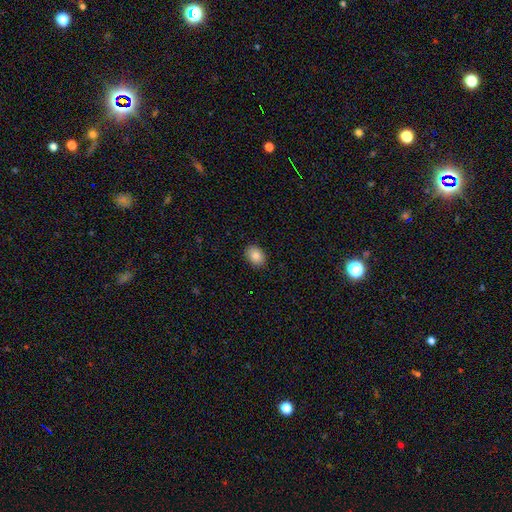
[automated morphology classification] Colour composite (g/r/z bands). It shows a smooth galaxy with no disk features (88%) that is in between round and cigar-shaped (71%). Merging: none (89%).